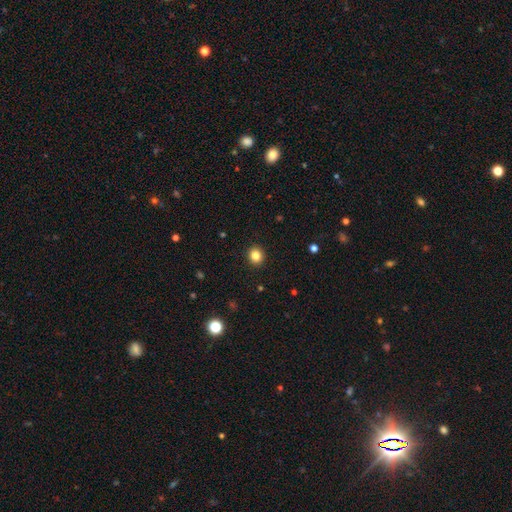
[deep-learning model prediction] Overall: smooth (84%). How rounded: round (81%). Merging: none (92%).